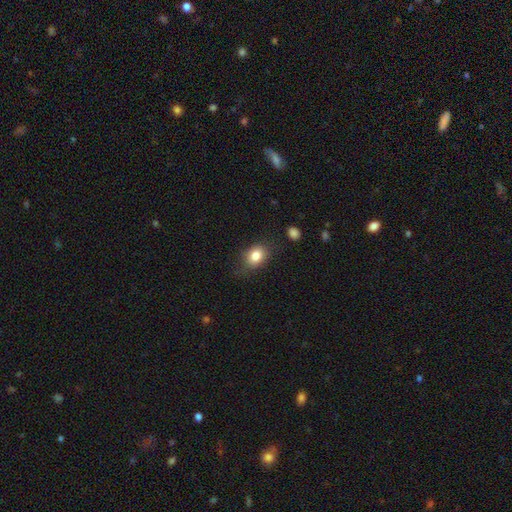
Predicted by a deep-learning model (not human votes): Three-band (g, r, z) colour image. It shows a smooth galaxy with no disk features (81%) that is in between round and cigar-shaped (58%). Merging: none (72%).